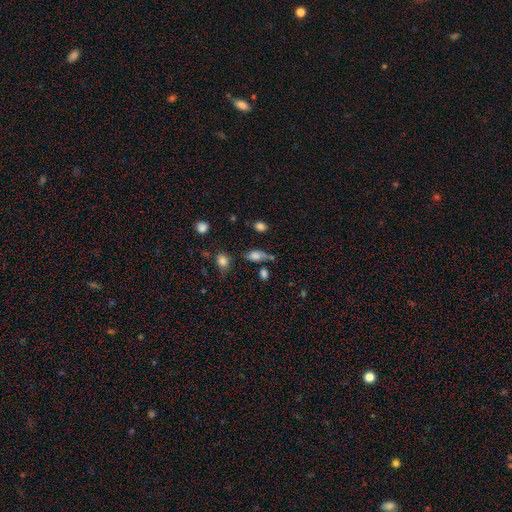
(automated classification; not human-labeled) This appears to be a smooth galaxy with no disk features (74%) that is in between round and cigar-shaped (83%). Merging: none (49%).